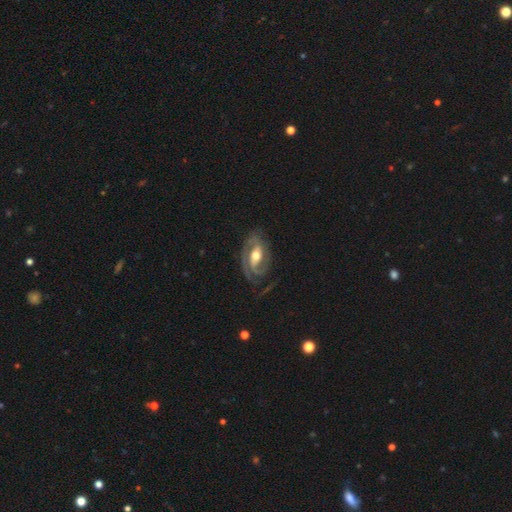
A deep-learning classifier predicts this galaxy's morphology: A featured or disk galaxy (89%) with a weak bar (36%), 2 (73%) tight (46%) spiral arms (96%) and a moderate central bulge (74%).

Vote fractions:
- Smooth or featured? featured or disk: 89% / smooth: 7% / star or artifact: 4%
- Edge-on disk? no: 96% / yes: 4%
- Bar? weak: 36% / no: 33% / strong: 30%
- Spiral arms? yes: 96% / no: 4%
- Spiral winding? tight: 46% / medium: 41% / loose: 13%
- Spiral arm count? 2: 73% / 1: 9% / 3: 8% / can't tell: 7% / 4: 2% / more than 4: 2%
- Bulge size? moderate: 74% / large: 13% / small: 11% / dominant: 1% / none: 1%
- Merging? none: 67% / minor disturbance: 19% / major disturbance: 12% / merger: 2%